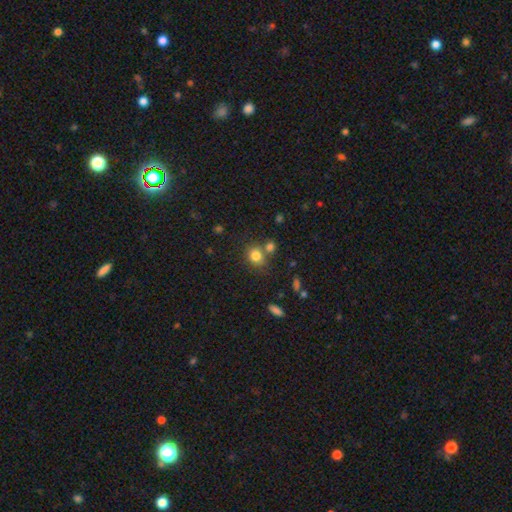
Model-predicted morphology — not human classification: Smooth or featured: smooth — 80% (star or artifact — 12%)
How rounded: round — 73% (in between — 26%)
Merging: none — 61% (merger — 24%)